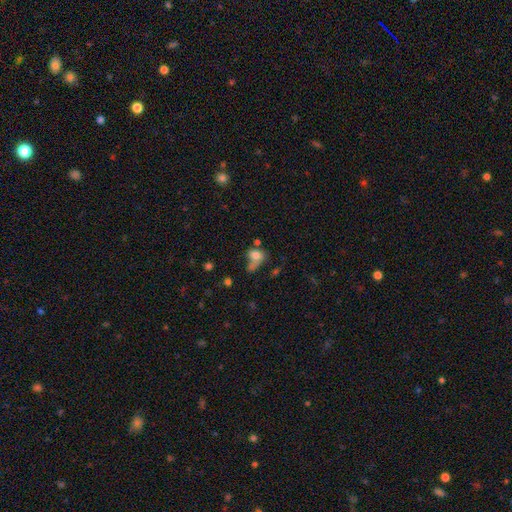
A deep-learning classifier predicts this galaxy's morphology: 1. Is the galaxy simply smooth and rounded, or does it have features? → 72% smooth, 15% featured or disk, 13% star or artifact.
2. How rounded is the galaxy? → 64% in between, 33% round, 3% cigar-shaped.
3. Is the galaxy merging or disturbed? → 30% merger, 28% none, 23% major disturbance, 19% minor disturbance.